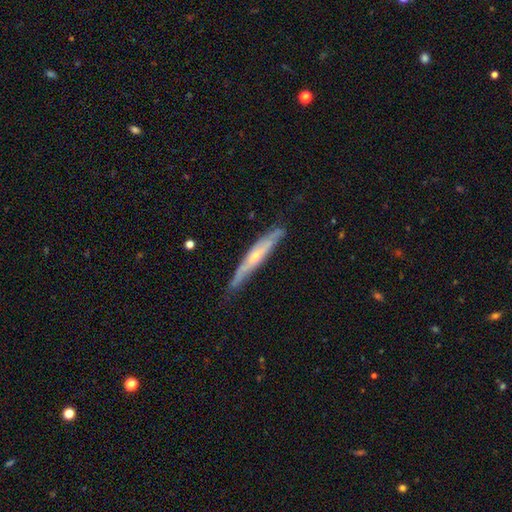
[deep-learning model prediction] Q: Smooth or featured?
A: featured or disk (66%); runner-up: smooth (28%)
Q: Edge-on disk?
A: yes (82%); runner-up: no (18%)
Q: Edge-on bulge?
A: rounded (64%); runner-up: none (31%)
Q: Merging?
A: none (76%); runner-up: minor disturbance (19%)